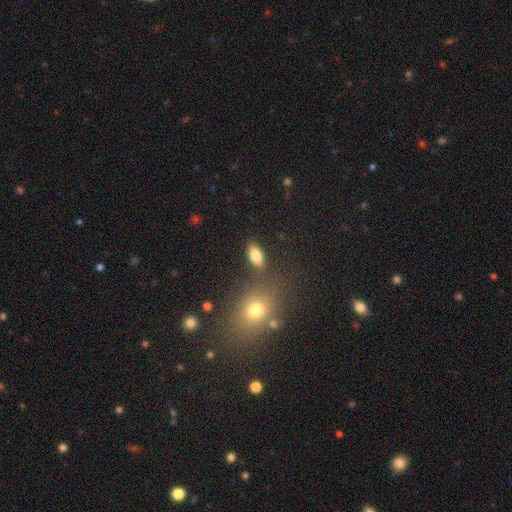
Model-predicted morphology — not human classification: This is clearly a smooth galaxy (83%). How rounded: clearly in between (88%). Merging: likely none (79%).